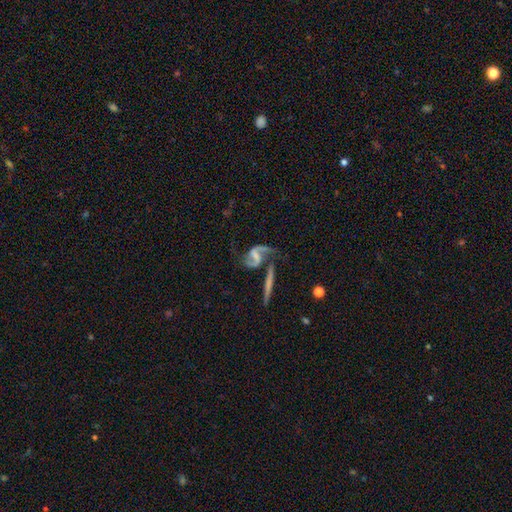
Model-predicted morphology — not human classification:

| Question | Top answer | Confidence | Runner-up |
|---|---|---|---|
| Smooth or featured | featured or disk | 86% | smooth (8%) |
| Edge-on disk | no | 95% | yes (5%) |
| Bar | weak | 44% | strong (30%) |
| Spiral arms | yes | 96% | no (4%) |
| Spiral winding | loose | 49% | medium (42%) |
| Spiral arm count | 2 | 90% | 1 (4%) |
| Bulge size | small | 36% | none (34%) |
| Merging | none | 53% | minor disturbance (17%) |